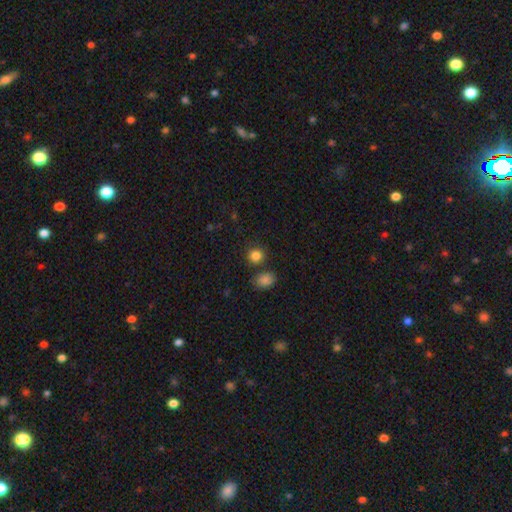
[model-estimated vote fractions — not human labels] smooth 85%, star or artifact 11%, featured or disk 4%. Down the decision tree: how rounded — round (80%); merging — none (78%).